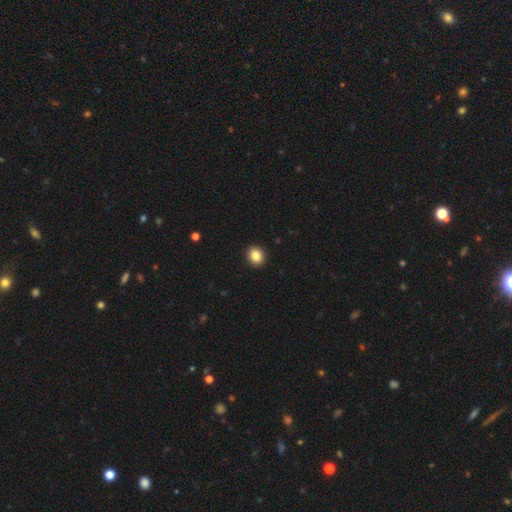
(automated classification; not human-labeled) The model was most divided on "how rounded": round: 75%, in between: 24%, cigar-shaped: 1%. More confident: merging — none (93%); smooth or featured — smooth (85%).